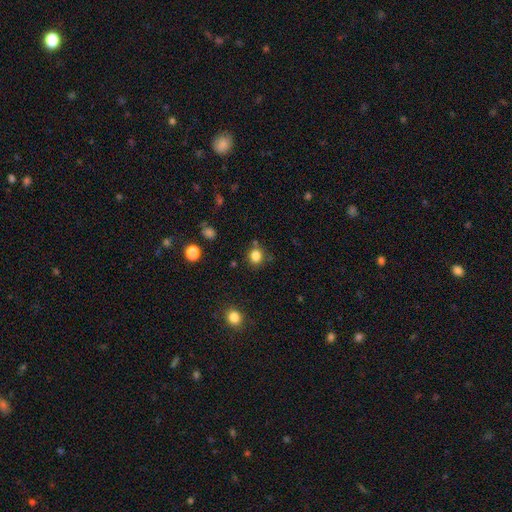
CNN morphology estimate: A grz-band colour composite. It shows a smooth galaxy with no disk features (82%) that is round (77%). Merging: none (79%).